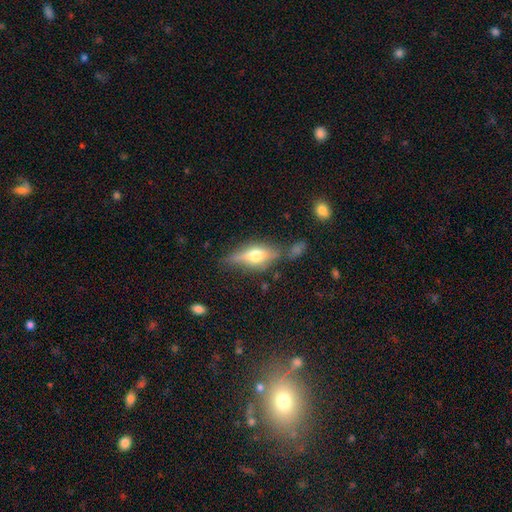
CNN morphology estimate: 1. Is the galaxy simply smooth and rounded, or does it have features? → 51% featured or disk, 41% smooth, 8% star or artifact.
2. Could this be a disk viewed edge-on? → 82% yes, 18% no.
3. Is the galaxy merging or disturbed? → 64% none, 21% minor disturbance, 9% major disturbance, 7% merger.